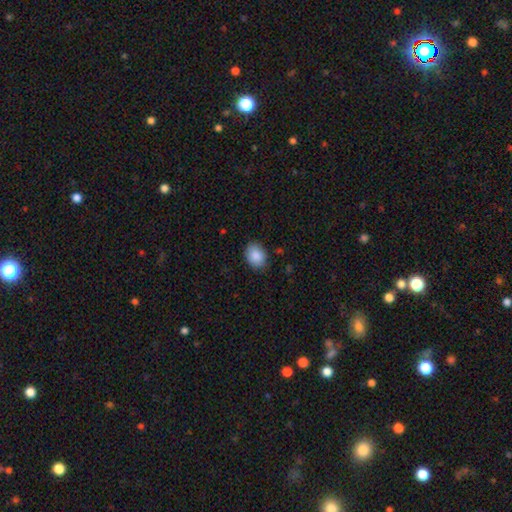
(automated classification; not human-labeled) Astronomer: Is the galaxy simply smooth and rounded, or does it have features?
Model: smooth — 88%.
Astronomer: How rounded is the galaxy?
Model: in between — 68%.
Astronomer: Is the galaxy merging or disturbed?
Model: none — 85%.